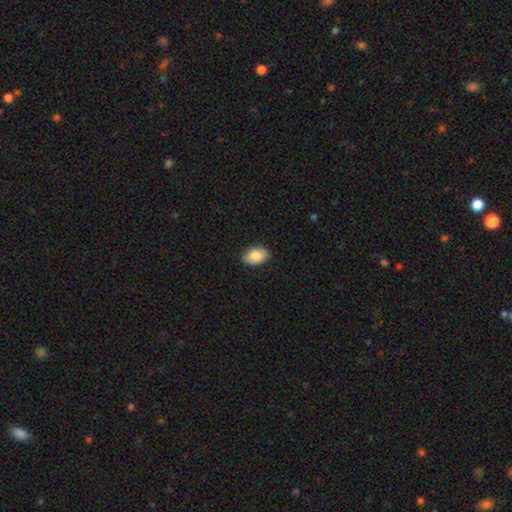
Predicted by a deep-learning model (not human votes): Q: Smooth or featured?
A: smooth (87%); runner-up: star or artifact (7%)
Q: How rounded?
A: in between (90%); runner-up: round (9%)
Q: Merging?
A: none (86%); runner-up: minor disturbance (11%)